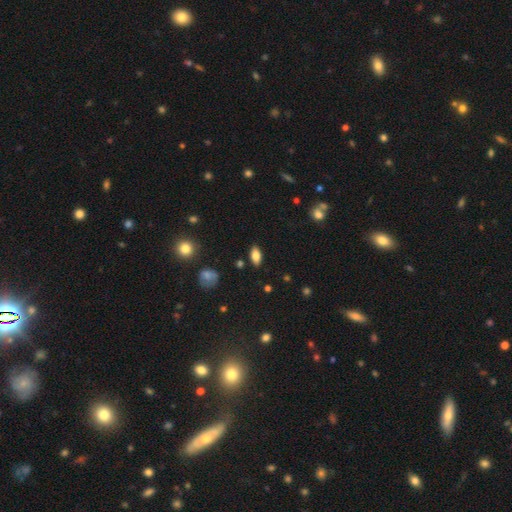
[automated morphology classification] Smooth or featured? Predicted: smooth (p=0.80). How rounded? Predicted: in between (p=0.89). Merging? Predicted: none (p=0.87).